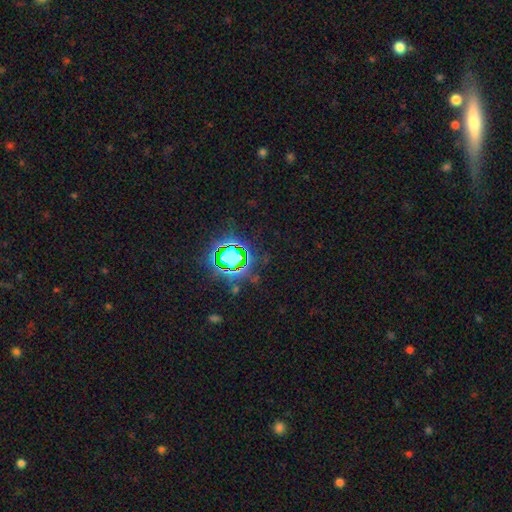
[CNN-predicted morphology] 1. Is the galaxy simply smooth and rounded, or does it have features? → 79% star or artifact, 13% smooth, 8% featured or disk.